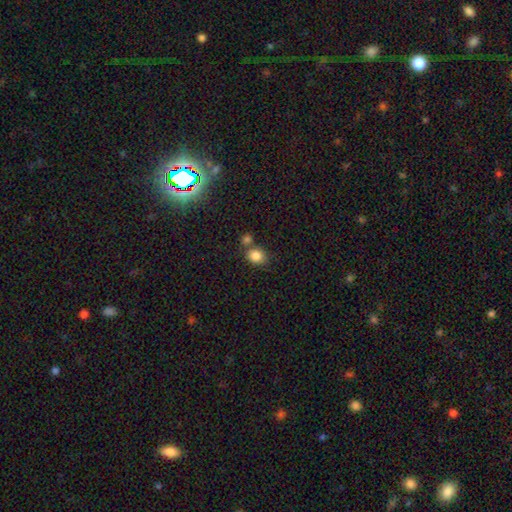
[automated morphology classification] smooth-or-featured: smooth: 84% | star or artifact: 10% | featured or disk: 6%
  how-rounded: round: 58% | in between: 41% | cigar-shaped: 1%
  merging: none: 58% | merger: 26% | minor disturbance: 12% | major disturbance: 4%